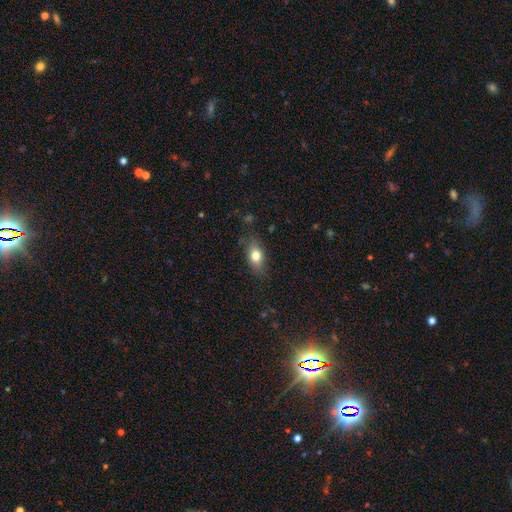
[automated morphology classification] This appears to be a smooth galaxy with no disk features (77%) that is in between round and cigar-shaped (81%). Merging: none (79%).